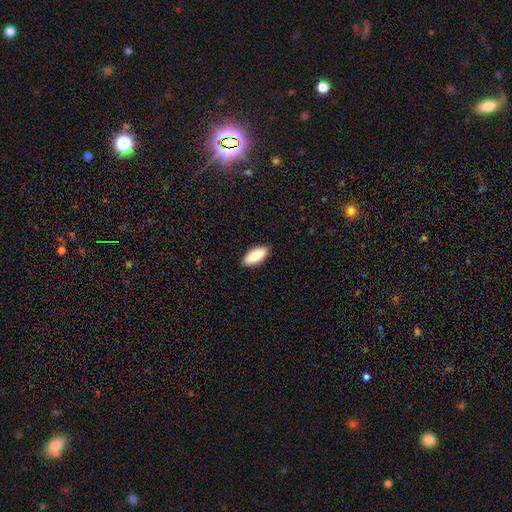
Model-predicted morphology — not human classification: A smooth galaxy with no disk features (84%) that is in between round and cigar-shaped (89%). Merging: none (90%).